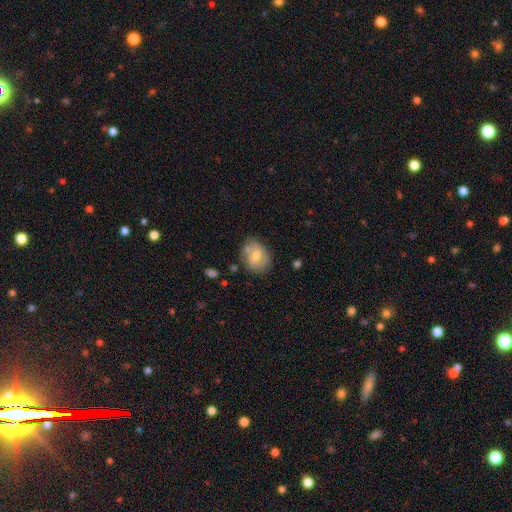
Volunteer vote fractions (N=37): This is likely a smooth galaxy (62%). How rounded: possibly round (52%). Merging: likely none (71%).